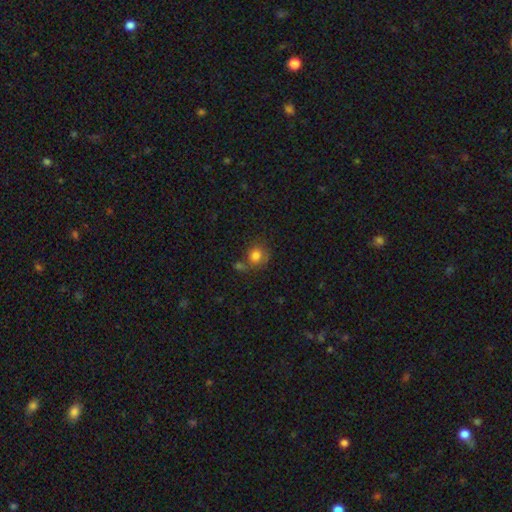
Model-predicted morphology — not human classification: A smooth galaxy with no disk features (80%) that is round (82%). Merging: none (56%).